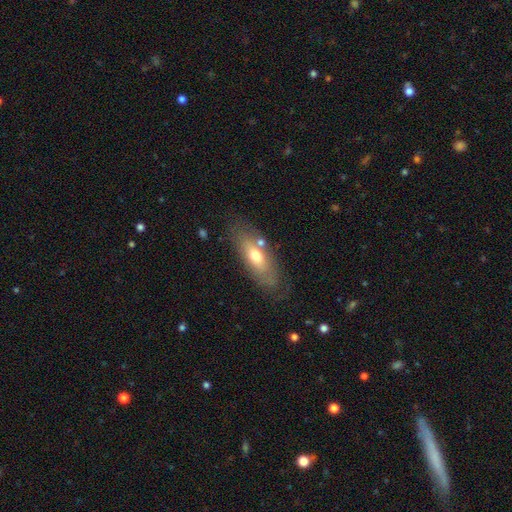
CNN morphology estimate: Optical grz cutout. It shows a smooth galaxy with no disk features (58%) that is in between round and cigar-shaped (76%). Merging: none (71%).